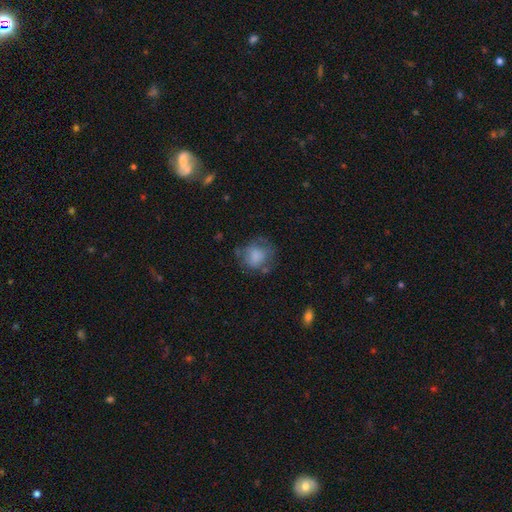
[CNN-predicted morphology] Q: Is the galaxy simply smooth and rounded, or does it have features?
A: smooth — 67%.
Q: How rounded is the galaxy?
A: round — 76%.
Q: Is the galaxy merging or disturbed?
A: none — 54%.